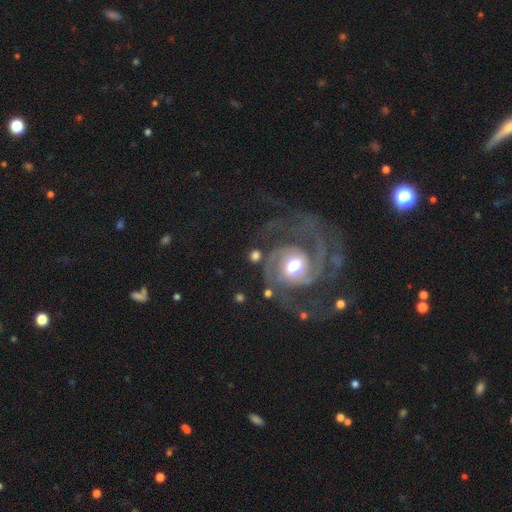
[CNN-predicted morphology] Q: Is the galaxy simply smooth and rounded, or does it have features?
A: featured or disk — 65%.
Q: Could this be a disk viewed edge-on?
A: no — 97%.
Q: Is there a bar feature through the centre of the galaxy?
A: no — 64%.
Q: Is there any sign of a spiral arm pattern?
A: yes — 88%.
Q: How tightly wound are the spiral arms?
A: medium — 43%.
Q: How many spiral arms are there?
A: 2 — 69%.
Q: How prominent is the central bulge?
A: moderate — 58%.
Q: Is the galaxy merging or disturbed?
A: none — 62%.